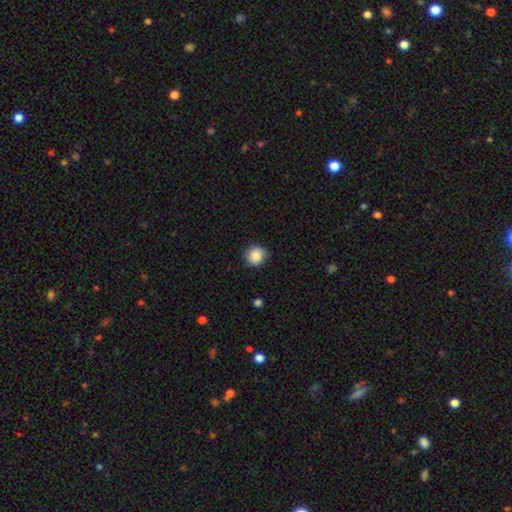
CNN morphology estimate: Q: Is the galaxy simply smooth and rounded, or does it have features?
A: smooth — 88%.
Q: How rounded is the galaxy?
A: round — 91%.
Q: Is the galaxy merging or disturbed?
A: none — 86%.